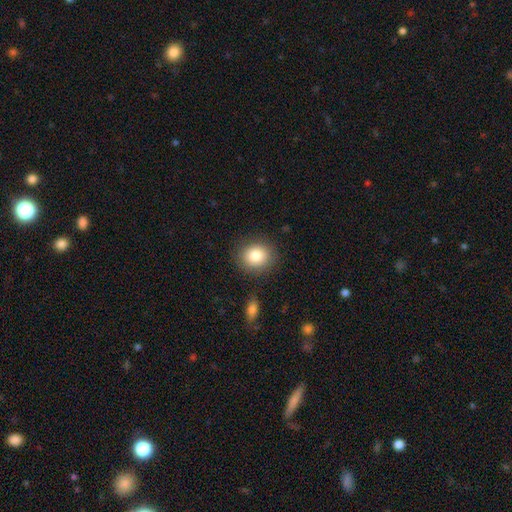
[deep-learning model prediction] This is clearly a smooth galaxy (83%). How rounded: likely round (76%). Merging: clearly none (86%).